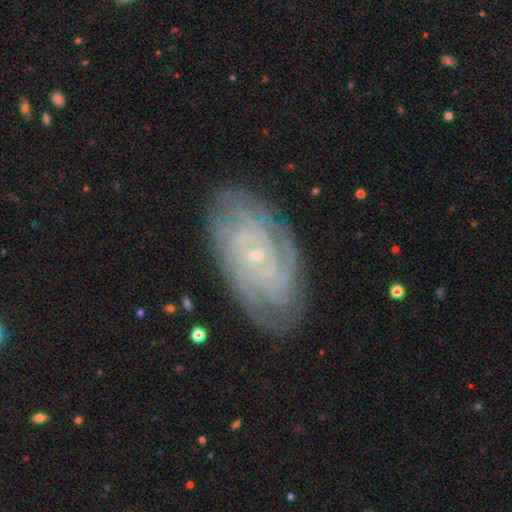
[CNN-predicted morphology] featured or disk 84%, smooth 9%, star or artifact 7%. Down the decision tree: edge-on disk — no (95%); bar — no (73%); spiral arms — yes (96%); spiral arm count — can't tell (31%); spiral winding — tight (75%); bulge size — small (86%); merging — none (81%).